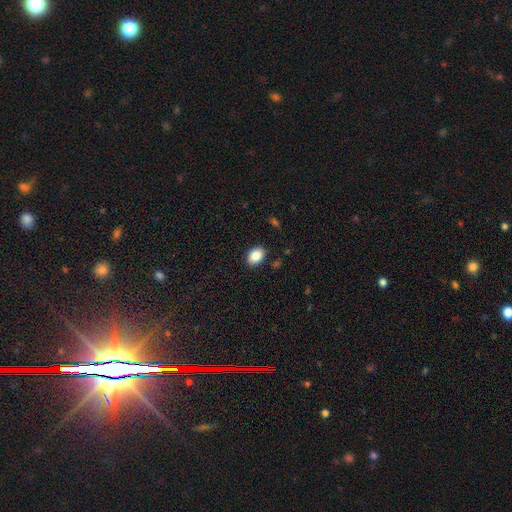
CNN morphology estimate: Q: Smooth or featured?
A: smooth (86%); runner-up: star or artifact (8%)
Q: How rounded?
A: in between (76%); runner-up: round (23%)
Q: Merging?
A: none (89%); runner-up: minor disturbance (8%)